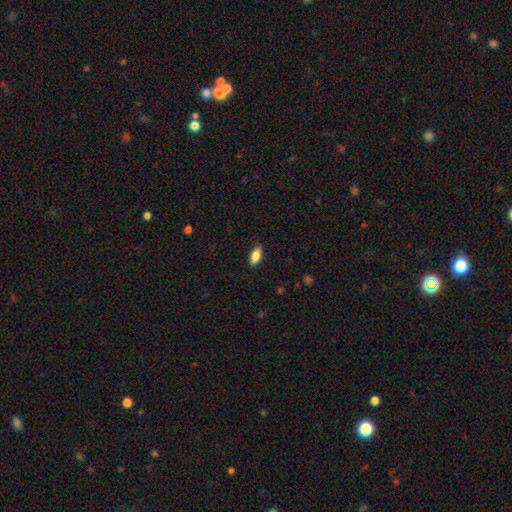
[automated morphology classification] type=smooth (82%); roundness=in between (87%); merging=none (86%).